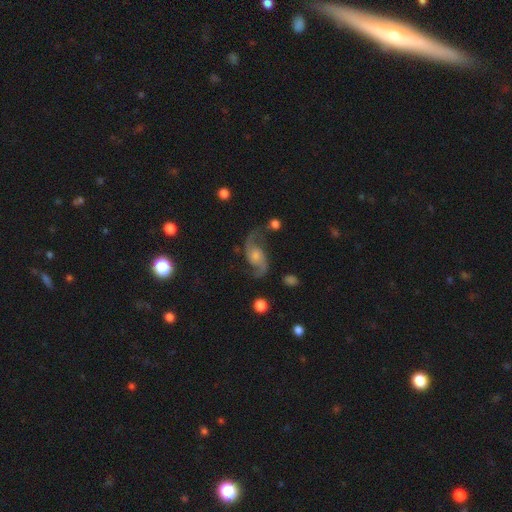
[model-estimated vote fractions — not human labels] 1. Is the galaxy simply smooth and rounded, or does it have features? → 87% featured or disk, 7% smooth, 6% star or artifact.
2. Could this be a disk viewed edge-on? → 97% no, 3% yes.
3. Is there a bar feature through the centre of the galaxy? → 64% no, 29% weak, 7% strong.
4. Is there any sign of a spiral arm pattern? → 97% yes, 3% no.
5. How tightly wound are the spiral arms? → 67% loose, 27% medium, 6% tight.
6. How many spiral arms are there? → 94% 2, 2% can't tell, 2% 1, 1% 3, 1% 4, 1% more than 4.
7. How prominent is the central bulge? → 41% moderate, 38% small, 10% large, 10% none, 2% dominant.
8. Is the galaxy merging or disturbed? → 75% none, 15% minor disturbance, 8% major disturbance, 3% merger.